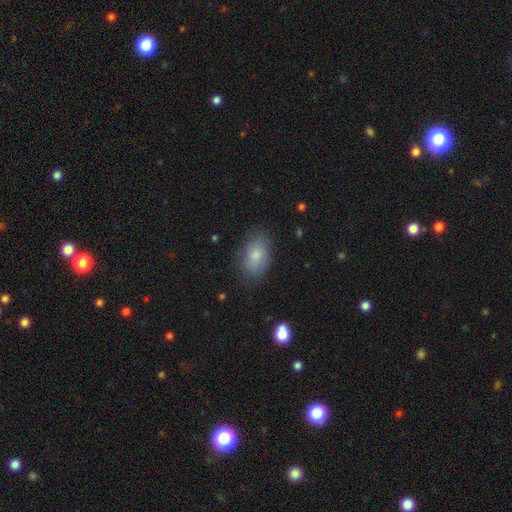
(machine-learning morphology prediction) A smooth galaxy with no disk features (82%) that is in between round and cigar-shaped (88%). Merging: none (77%).